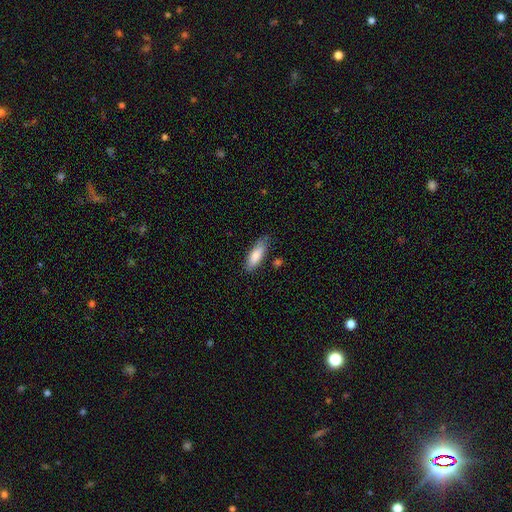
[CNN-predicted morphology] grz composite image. It shows a smooth galaxy with no disk features (83%) that is in between round and cigar-shaped (60%). Merging: none (73%).